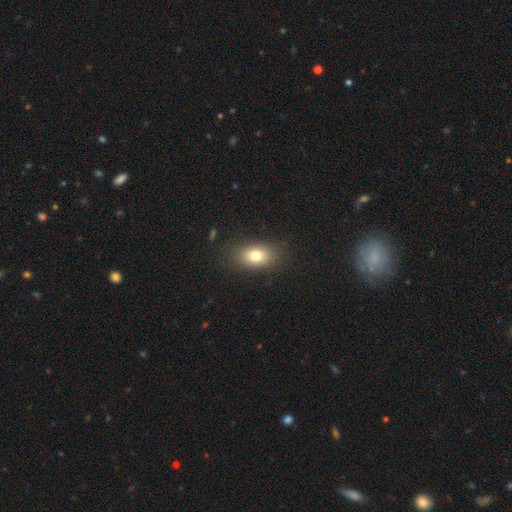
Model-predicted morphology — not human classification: Smooth or featured: smooth — 78% (featured or disk — 12%)
How rounded: in between — 81% (round — 17%)
Merging: none — 84% (minor disturbance — 11%)